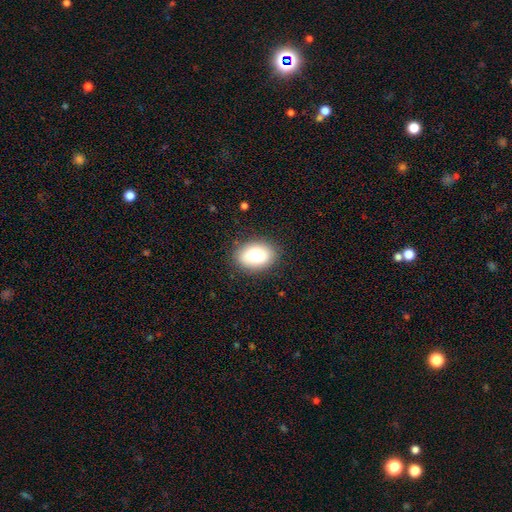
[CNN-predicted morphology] The model was most divided on "how rounded": in between: 77%, round: 22%, cigar-shaped: 1%. More confident: merging — none (84%); smooth or featured — smooth (78%).